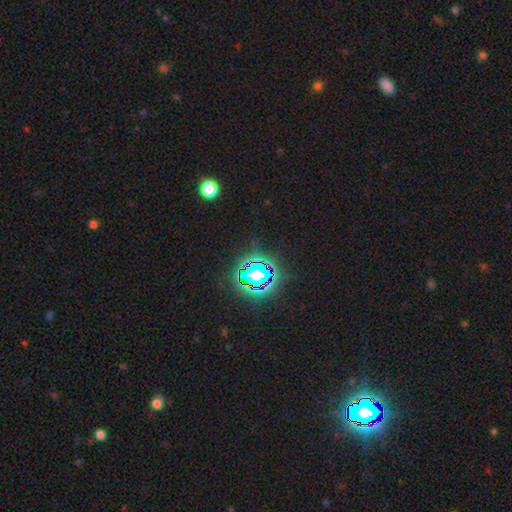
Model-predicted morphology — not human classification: Q: Smooth or featured?
A: star or artifact (82%); runner-up: smooth (11%)